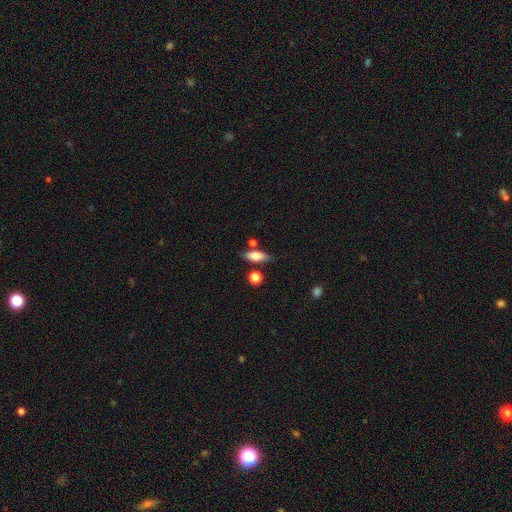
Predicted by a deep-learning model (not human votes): The model was most divided on "how rounded": in between: 65%, cigar-shaped: 30%, round: 5%. More confident: smooth or featured — smooth (71%); merging — none (69%).